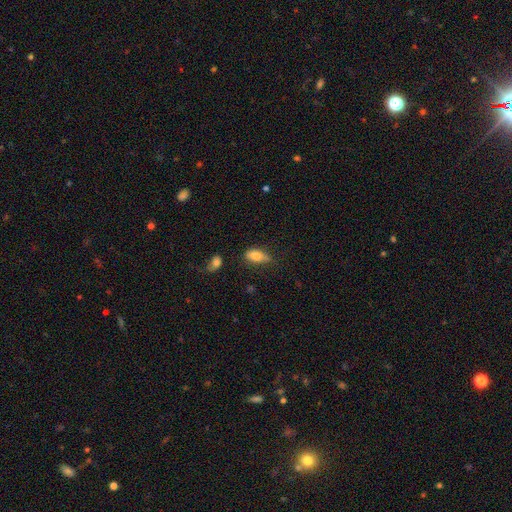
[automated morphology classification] type=smooth (81%); roundness=in between (87%); merging=none (54%).